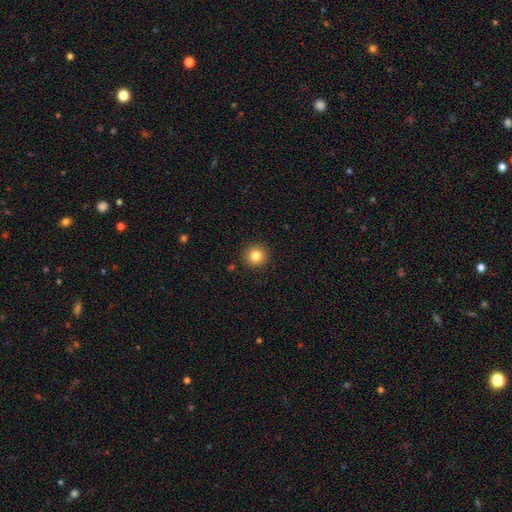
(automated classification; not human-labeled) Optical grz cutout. It shows a smooth galaxy with no disk features (83%) that is round (95%). Merging: none (92%).